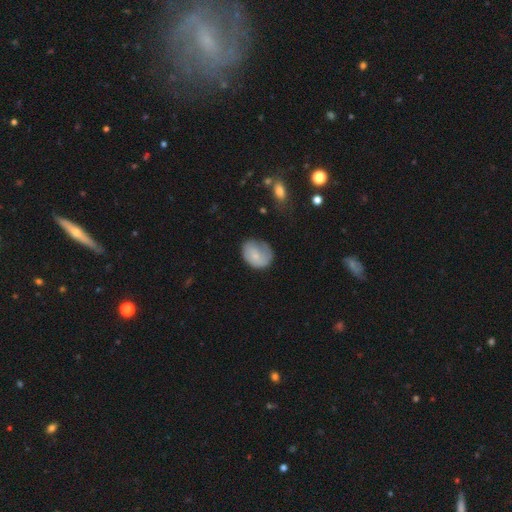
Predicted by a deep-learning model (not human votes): Smooth or featured? smooth (69%)
How rounded? in between (52%)
Merging? none (46%)